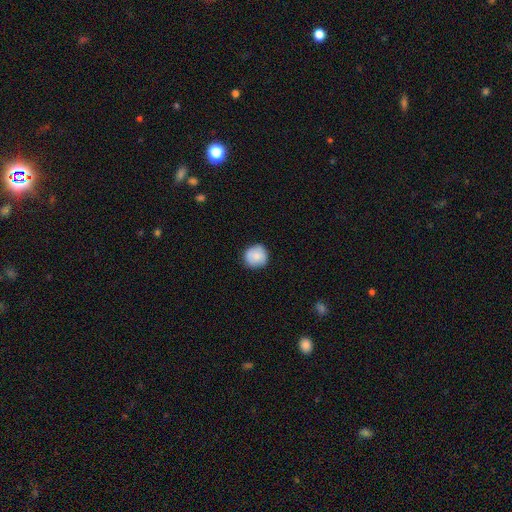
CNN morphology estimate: type=smooth (85%); roundness=round (92%); merging=none (86%).